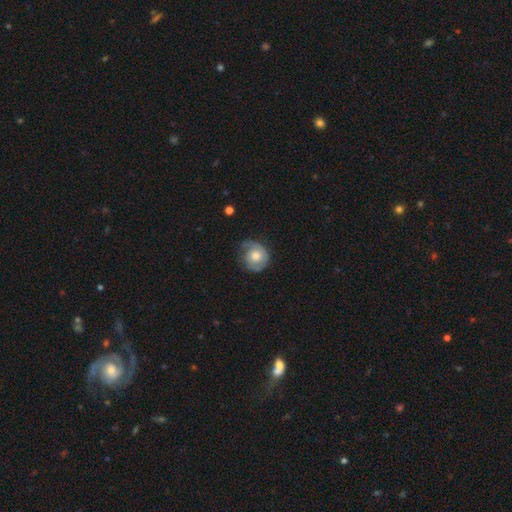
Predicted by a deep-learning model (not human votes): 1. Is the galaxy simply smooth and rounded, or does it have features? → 48% featured or disk, 45% smooth, 7% star or artifact.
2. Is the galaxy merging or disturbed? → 61% none, 27% minor disturbance, 11% major disturbance, 1% merger.